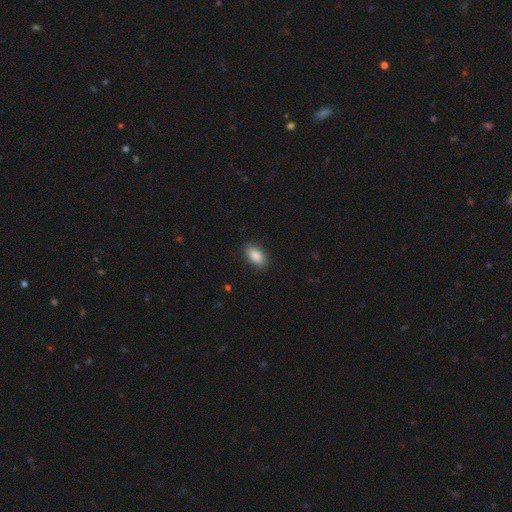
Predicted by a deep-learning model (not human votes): Morphology: type=smooth (89%); roundness=in between (93%); merging=none (89%).